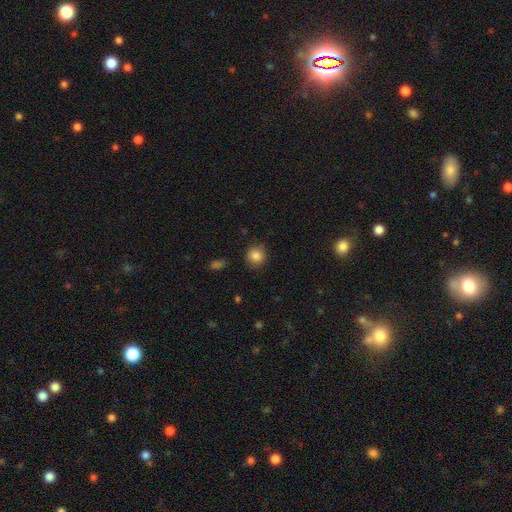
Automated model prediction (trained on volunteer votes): Smooth or featured? Predicted: smooth (p=0.85). How rounded? Predicted: round (p=0.88). Merging? Predicted: none (p=0.87).